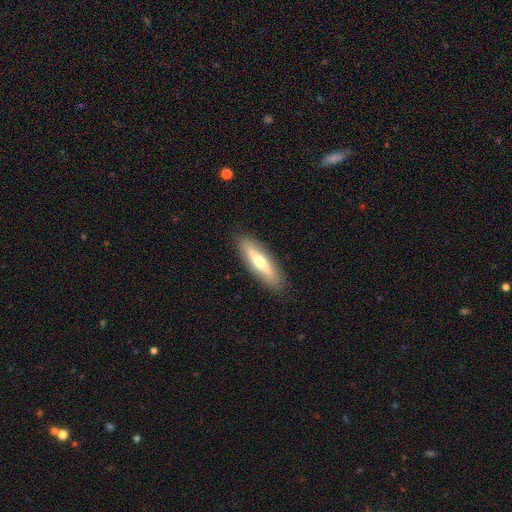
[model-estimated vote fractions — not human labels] Smooth or featured? Predicted: smooth (p=0.51). How rounded? Predicted: cigar-shaped (p=0.64). Merging? Predicted: none (p=0.89).